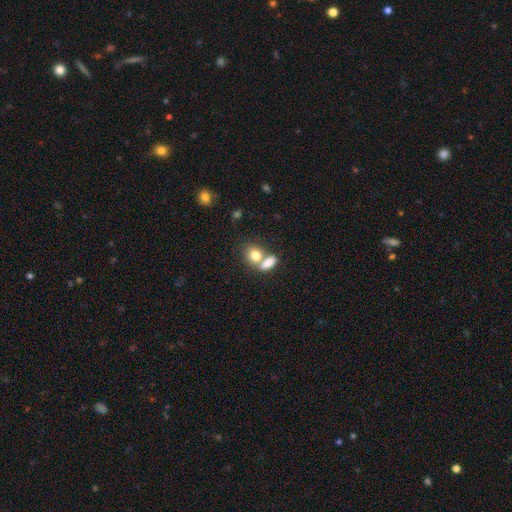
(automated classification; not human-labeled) The model was most divided on "how rounded": in between: 52%, round: 46%, cigar-shaped: 2%. More confident: smooth or featured — smooth (79%); merging — merger (56%).